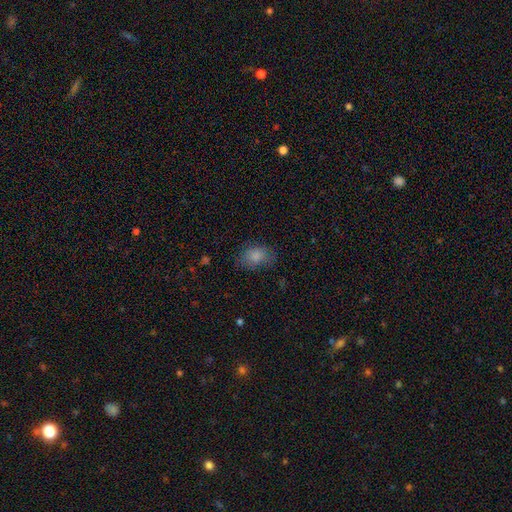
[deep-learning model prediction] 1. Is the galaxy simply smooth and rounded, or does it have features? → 83% smooth, 9% star or artifact, 7% featured or disk.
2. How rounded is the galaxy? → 80% in between, 19% round, 1% cigar-shaped.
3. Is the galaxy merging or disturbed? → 70% none, 21% minor disturbance, 8% major disturbance, 2% merger.